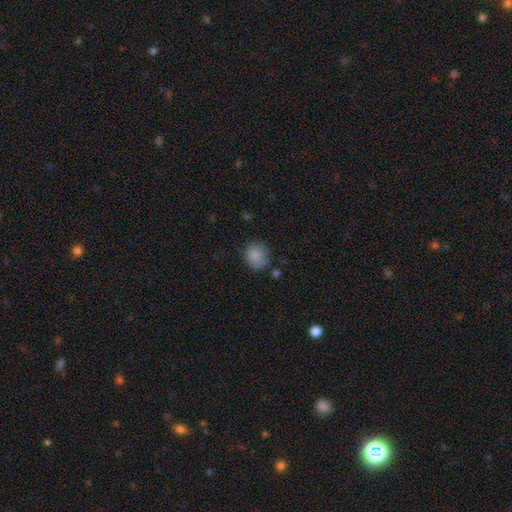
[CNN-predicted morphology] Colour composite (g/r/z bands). It shows a smooth galaxy with no disk features (83%) that is round (73%). Merging: none (72%).